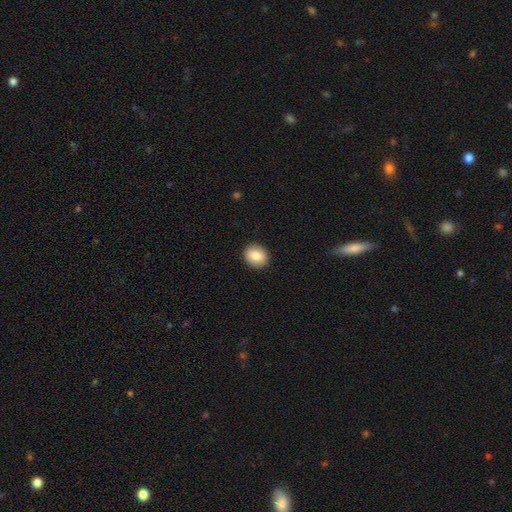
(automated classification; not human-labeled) smooth 85%, featured or disk 8%, star or artifact 7%. Down the decision tree: how rounded — round (66%); merging — none (91%).